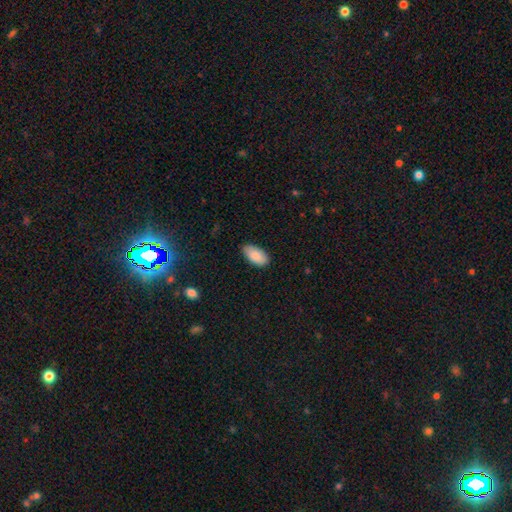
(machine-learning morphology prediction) Smooth or featured? smooth (89%)
How rounded? in between (95%)
Merging? none (86%)